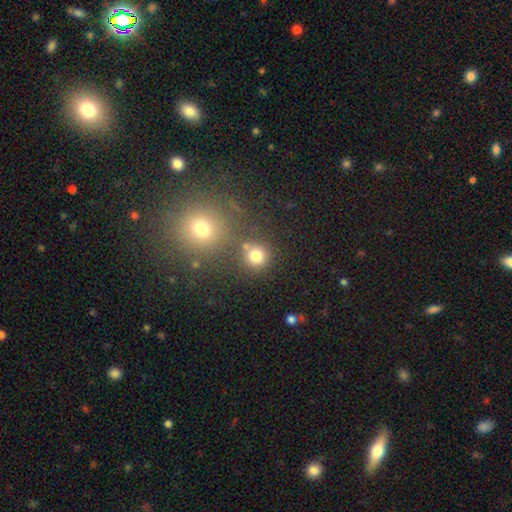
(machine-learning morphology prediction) Smooth or featured: smooth — 77% (star or artifact — 16%)
How rounded: round — 91% (in between — 8%)
Merging: none — 71% (merger — 17%)